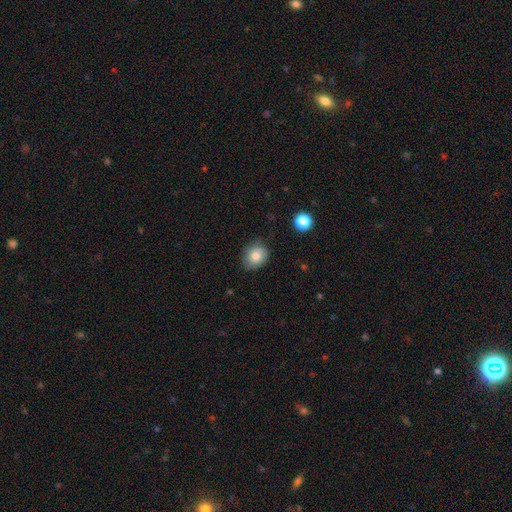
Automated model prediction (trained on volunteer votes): Smooth or featured? smooth (82%)
How rounded? round (60%)
Merging? none (73%)